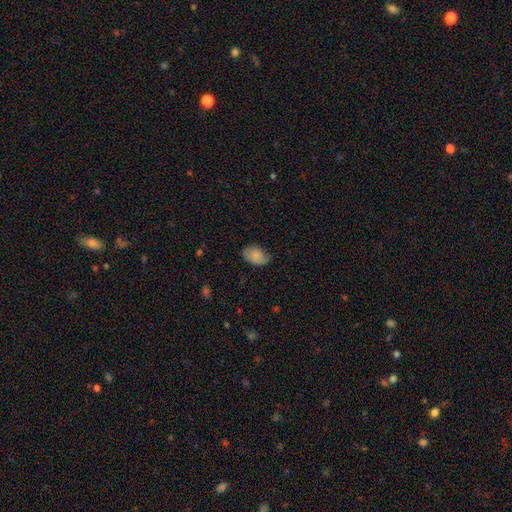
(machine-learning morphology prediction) Q: Smooth or featured?
A: smooth (73%); runner-up: featured or disk (19%)
Q: How rounded?
A: in between (87%); runner-up: round (11%)
Q: Merging?
A: none (67%); runner-up: minor disturbance (25%)